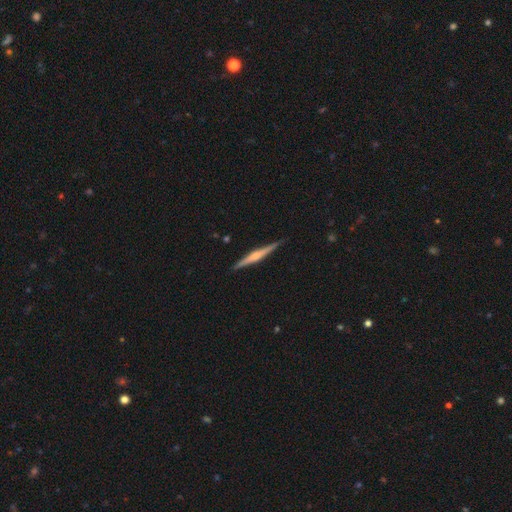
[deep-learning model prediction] smooth-or-featured: featured or disk: 69% | smooth: 25% | star or artifact: 6%
  disk-edge-on: yes: 98% | no: 2%
    edge-on-bulge: rounded: 65% | boxy: 19% | none: 16%
  merging: none: 90% | minor disturbance: 7% | major disturbance: 1% | merger: 1%